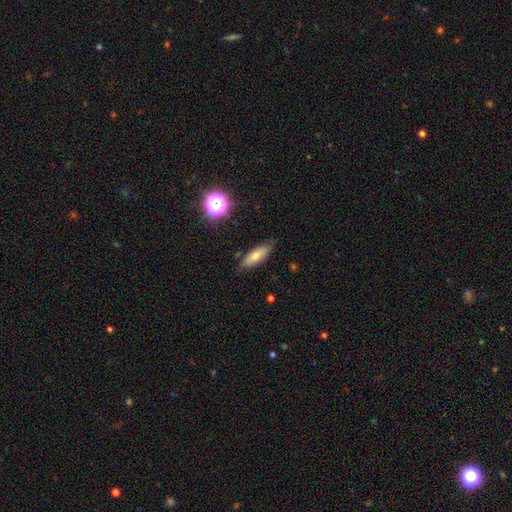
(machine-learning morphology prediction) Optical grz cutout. It shows a smooth galaxy with no disk features (69%) that is in between round and cigar-shaped (58%). Merging: none (79%).